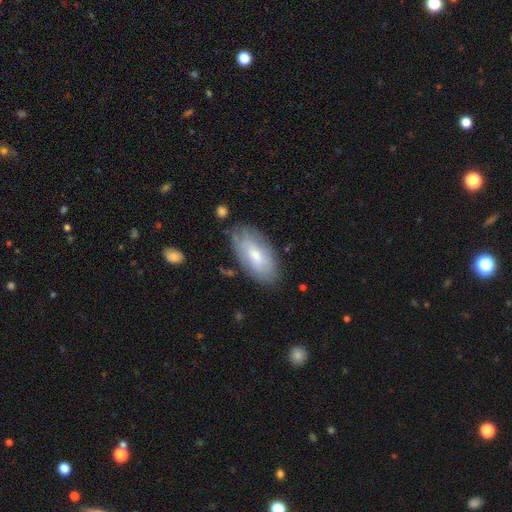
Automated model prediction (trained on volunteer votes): A smooth galaxy with no disk features (61%) that is in between round and cigar-shaped (93%). Merging: none (75%).